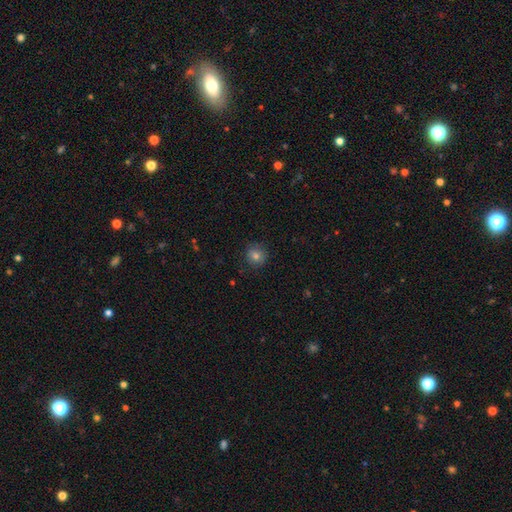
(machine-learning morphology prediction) smooth_or_featured: smooth (p=0.78) [alt: star or artifact p=0.13]
how_rounded: round (p=0.90) [alt: in between p=0.09]
merging: none (p=0.87) [alt: minor disturbance p=0.09]